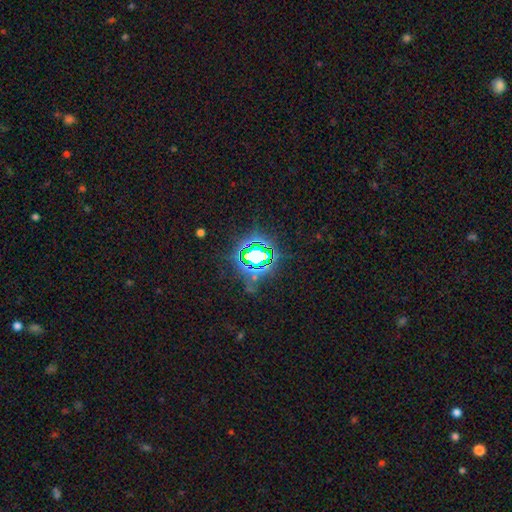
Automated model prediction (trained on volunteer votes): star or artifact 75%, smooth 14%, featured or disk 11%.